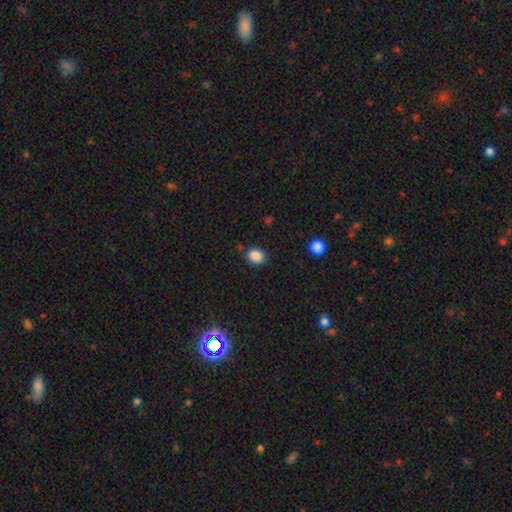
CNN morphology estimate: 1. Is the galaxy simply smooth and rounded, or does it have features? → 87% smooth, 9% star or artifact, 3% featured or disk.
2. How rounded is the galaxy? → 62% in between, 37% round, 1% cigar-shaped.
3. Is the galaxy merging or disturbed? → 83% none, 12% minor disturbance, 3% major disturbance, 2% merger.